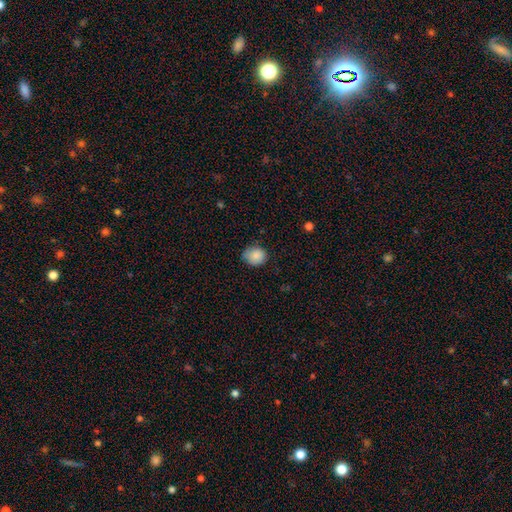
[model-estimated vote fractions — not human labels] Q: Smooth or featured?
A: smooth (86%); runner-up: star or artifact (9%)
Q: How rounded?
A: round (76%); runner-up: in between (23%)
Q: Merging?
A: none (71%); runner-up: minor disturbance (24%)